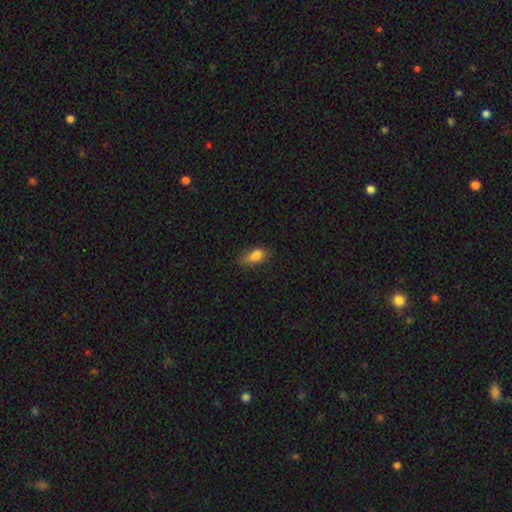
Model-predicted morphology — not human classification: smooth_or_featured: smooth (p=0.83) [alt: star or artifact p=0.09]
how_rounded: in between (p=0.87) [alt: cigar-shaped p=0.07]
merging: none (p=0.69) [alt: minor disturbance p=0.23]